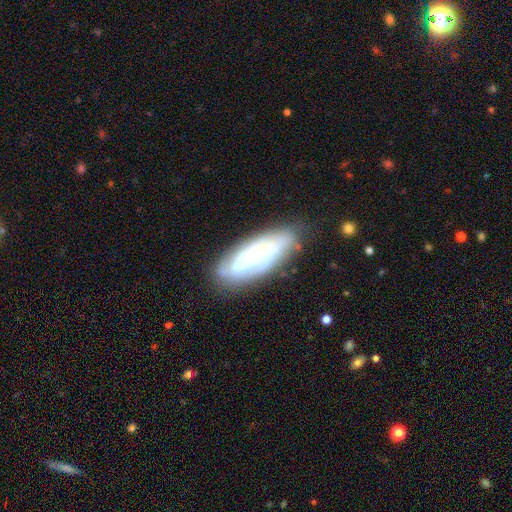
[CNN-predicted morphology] type=featured or disk (67%); edge-on=no (86%); bar=no (74%); spiral arms=yes (76%); bulge=small (67%); merging=none (69%).